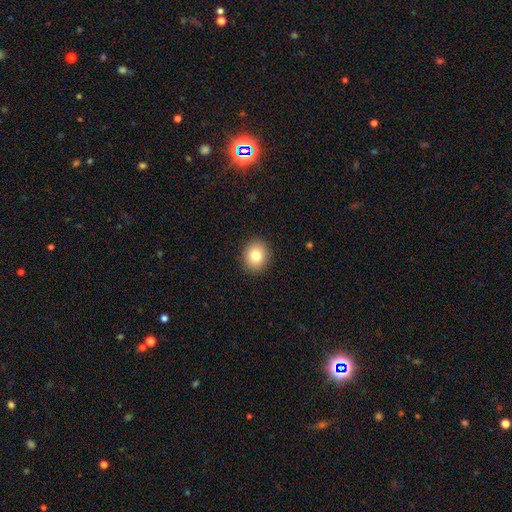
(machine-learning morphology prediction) This appears to be a smooth galaxy with no disk features (80%) that is round (76%). Merging: none (91%).